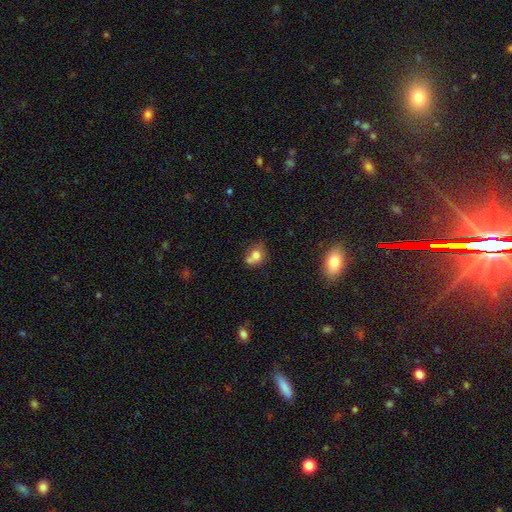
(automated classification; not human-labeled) smooth 73%, featured or disk 15%, star or artifact 12%. Down the decision tree: how rounded — round (60%); merging — none (38%).